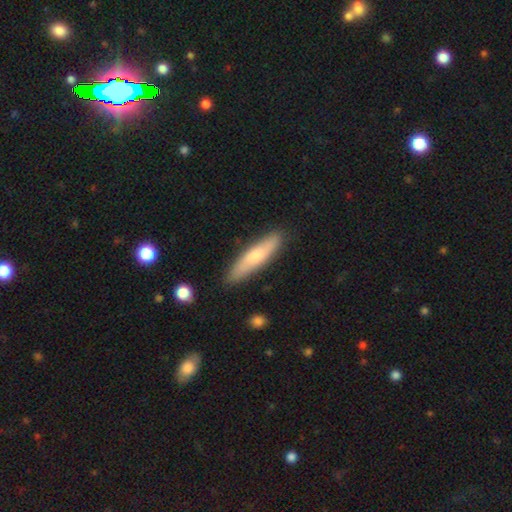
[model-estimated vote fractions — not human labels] This is likely a smooth galaxy (67%). How rounded: clearly cigar-shaped (80%). Merging: clearly none (86%).